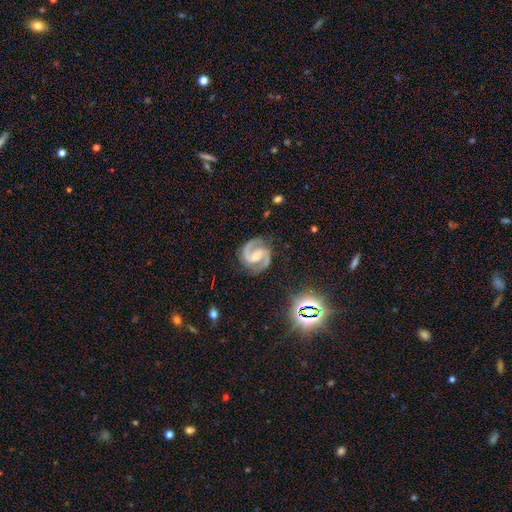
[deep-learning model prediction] This appears to be a featured or disk galaxy (92%) with a weak bar (46%), 2 (94%) medium (61%) spiral arms (98%) and a moderate central bulge (43%). Merging: none (83%).